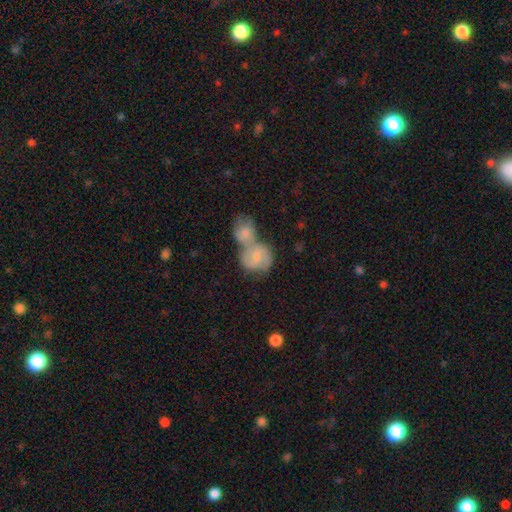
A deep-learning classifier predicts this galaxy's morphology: Q: Smooth or featured?
A: featured or disk (54%); runner-up: smooth (38%)
Q: Edge-on disk?
A: no (97%); runner-up: yes (3%)
Q: Bar?
A: no (51%); runner-up: weak (39%)
Q: Spiral arms?
A: yes (84%); runner-up: no (16%)
Q: Bulge size?
A: small (53%); runner-up: moderate (30%)
Q: Merging?
A: merger (71%); runner-up: none (18%)